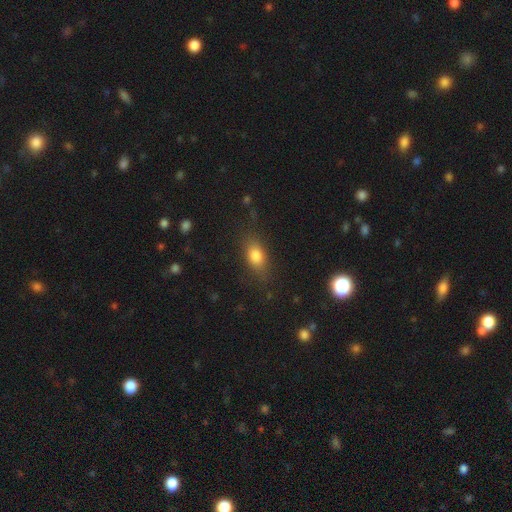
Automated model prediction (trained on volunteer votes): smooth-or-featured: smooth: 80% | featured or disk: 11% | star or artifact: 10%
  how-rounded: in between: 79% | round: 12% | cigar-shaped: 9%
  merging: none: 77% | minor disturbance: 15% | major disturbance: 6% | merger: 2%